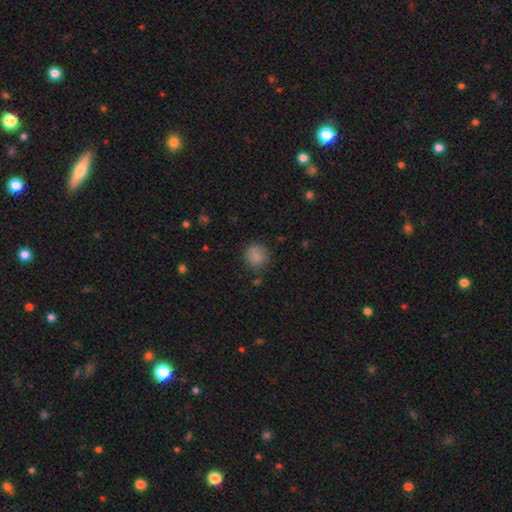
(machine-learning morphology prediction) A smooth galaxy with no disk features (86%) that is round (90%). Merging: none (85%).